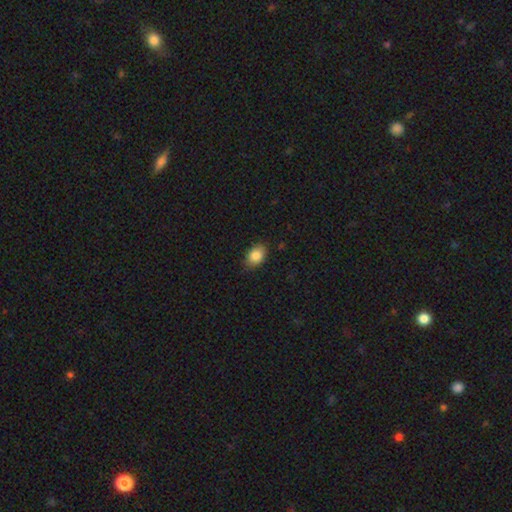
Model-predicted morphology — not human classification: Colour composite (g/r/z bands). It shows a smooth galaxy with no disk features (85%) that is in between round and cigar-shaped (85%). Merging: none (82%).